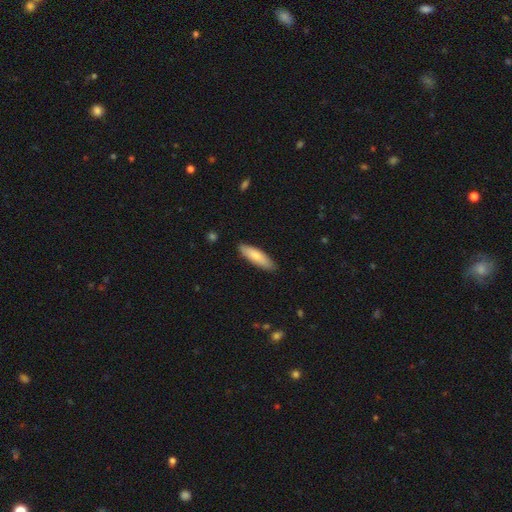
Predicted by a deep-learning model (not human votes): This is likely a smooth galaxy (78%). How rounded: possibly cigar-shaped (60%). Merging: clearly none (88%).